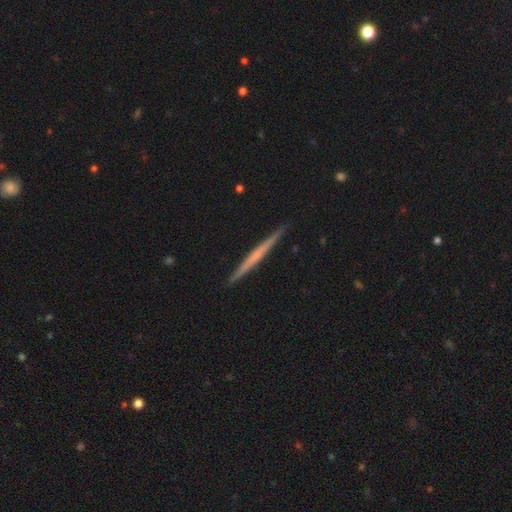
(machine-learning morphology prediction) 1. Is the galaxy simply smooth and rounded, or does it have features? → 59% featured or disk, 36% smooth, 5% star or artifact.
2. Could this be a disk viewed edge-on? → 98% yes, 2% no.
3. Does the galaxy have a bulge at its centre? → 80% none, 14% rounded, 6% boxy.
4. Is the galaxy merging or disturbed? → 92% none, 6% minor disturbance, 1% major disturbance, 1% merger.